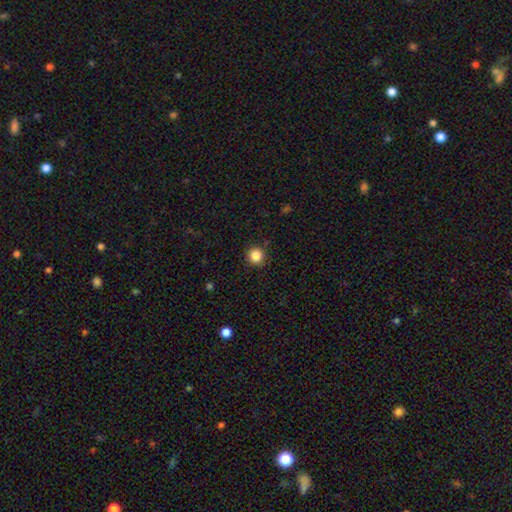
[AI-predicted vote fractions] smooth 85%, star or artifact 11%, featured or disk 4%. Down the decision tree: how rounded — round (94%); merging — none (91%).